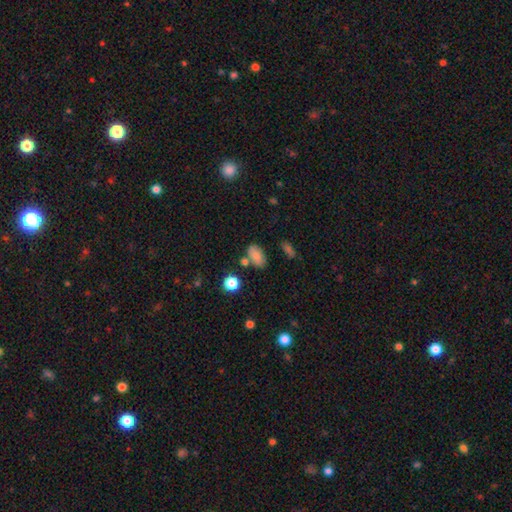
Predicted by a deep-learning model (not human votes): A smooth galaxy with no disk features (79%) that is in between round and cigar-shaped (87%). Merging: none (65%).